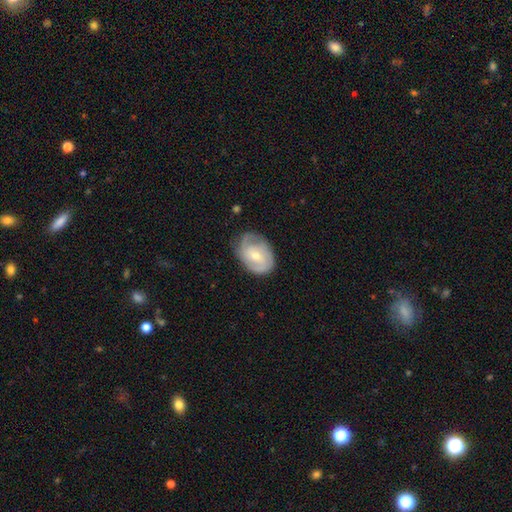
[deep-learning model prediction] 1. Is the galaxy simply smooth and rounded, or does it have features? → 69% featured or disk, 25% smooth, 6% star or artifact.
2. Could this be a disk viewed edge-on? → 97% no, 3% yes.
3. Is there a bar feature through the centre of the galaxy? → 54% no, 37% weak, 8% strong.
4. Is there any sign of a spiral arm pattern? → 88% yes, 12% no.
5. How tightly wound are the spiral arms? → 45% tight, 40% medium, 15% loose.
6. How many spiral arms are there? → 49% 2, 24% can't tell, 14% 3, 8% 1, 3% 4, 2% more than 4.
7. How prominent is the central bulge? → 50% small, 46% moderate, 2% large, 1% none, 1% dominant.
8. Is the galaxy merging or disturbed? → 61% none, 28% minor disturbance, 10% major disturbance, 1% merger.